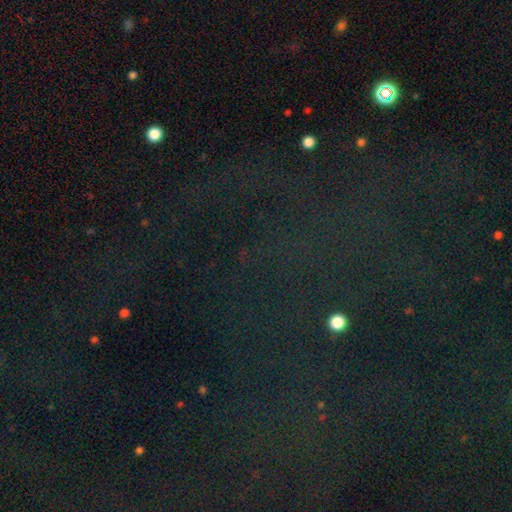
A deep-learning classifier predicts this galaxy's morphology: Smooth or featured: star or artifact — 77% (smooth — 13%)